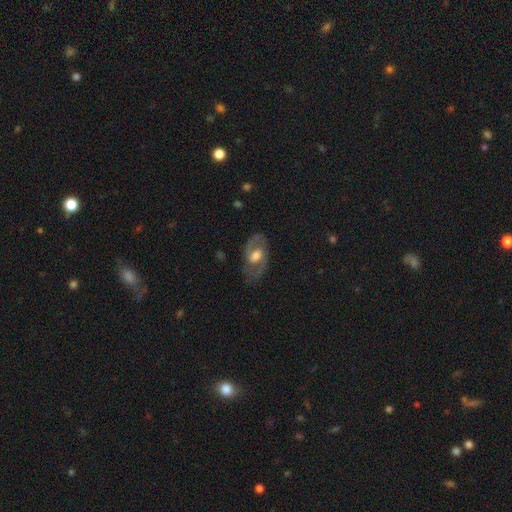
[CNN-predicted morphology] Smooth or featured?
  - featured or disk: 73% *
  - smooth: 21%
  - star or artifact: 6%
Edge-on disk?
  - no: 94% *
  - yes: 6%
Bar?
  - weak: 44% *
  - no: 42%
  - strong: 14%
Spiral arms?
  - yes: 77% *
  - no: 23%
Spiral winding?
  - medium: 53% *
  - tight: 27%
  - loose: 20%
Spiral arm count?
  - 2: 84% *
  - can't tell: 9%
  - 1: 4%
  - 3: 1%
  - 4: 1%
  - more than 4: 1%
Bulge size?
  - moderate: 55% *
  - large: 30%
  - small: 10%
  - none: 2%
  - dominant: 2%
Merging?
  - none: 75% *
  - minor disturbance: 15%
  - major disturbance: 8%
  - merger: 1%